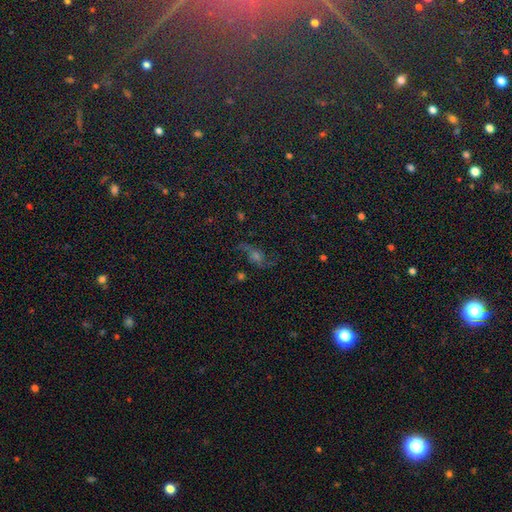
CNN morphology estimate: A featured or disk galaxy (50%). Merging: none (67%).